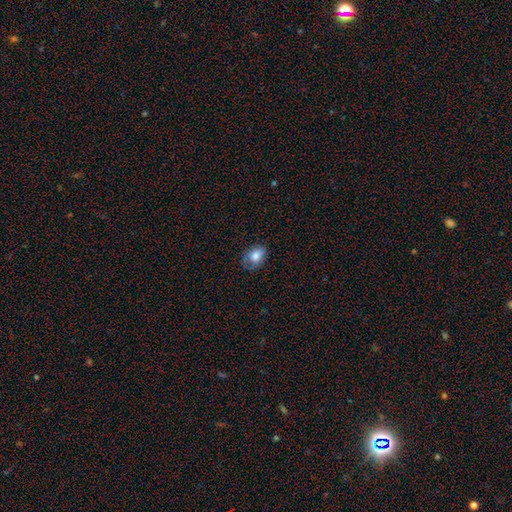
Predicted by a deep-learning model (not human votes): This appears to be a smooth galaxy with no disk features (79%) that is in between round and cigar-shaped (79%). Merging: none (69%).